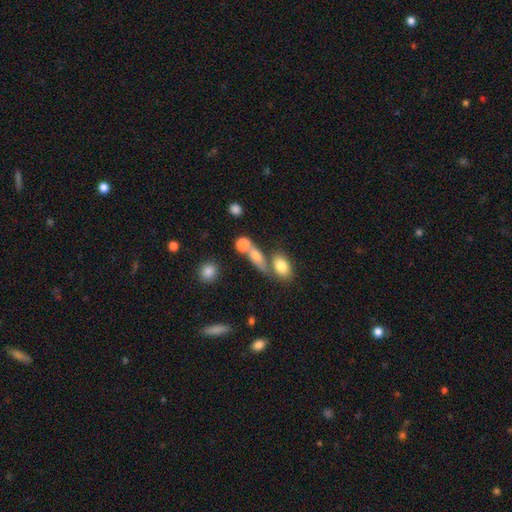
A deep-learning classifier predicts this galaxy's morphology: Smooth or featured: smooth — 71% (featured or disk — 17%)
How rounded: in between — 55% (round — 24%)
Merging: merger — 42% (none — 39%)